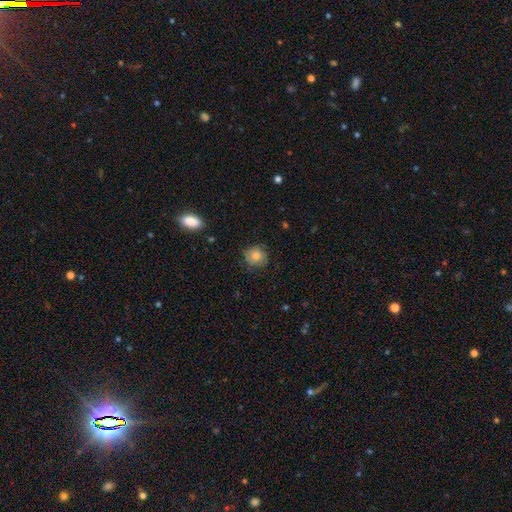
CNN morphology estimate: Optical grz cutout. It shows a smooth galaxy with no disk features (76%) that is round (87%). Merging: none (77%).